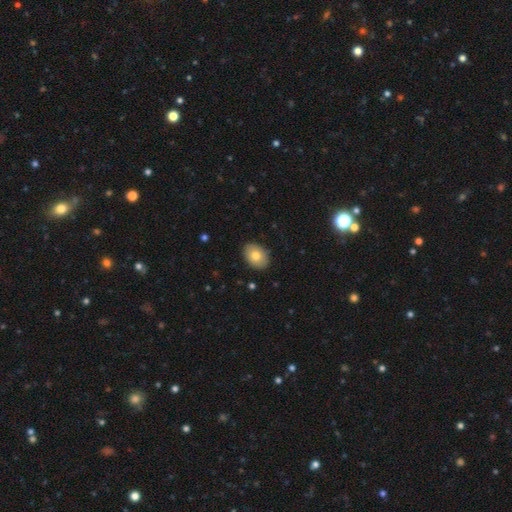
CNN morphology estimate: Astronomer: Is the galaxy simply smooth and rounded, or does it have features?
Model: smooth — 78%.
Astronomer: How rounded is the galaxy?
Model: in between — 78%.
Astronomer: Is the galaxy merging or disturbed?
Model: none — 89%.